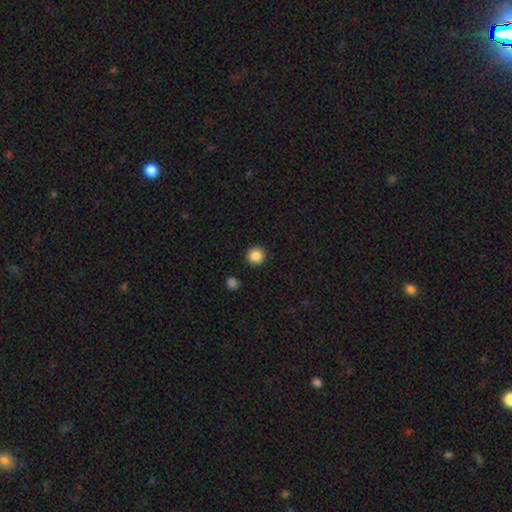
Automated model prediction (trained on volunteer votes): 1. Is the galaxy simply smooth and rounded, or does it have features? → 86% smooth, 10% star or artifact, 3% featured or disk.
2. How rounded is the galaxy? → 95% round, 4% in between, 1% cigar-shaped.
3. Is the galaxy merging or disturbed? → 92% none, 5% minor disturbance, 2% major disturbance, 1% merger.